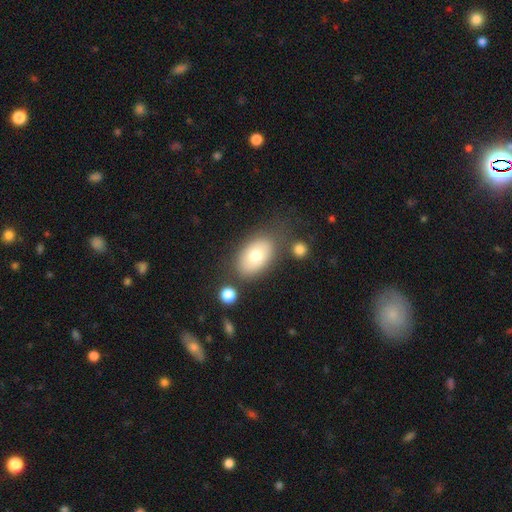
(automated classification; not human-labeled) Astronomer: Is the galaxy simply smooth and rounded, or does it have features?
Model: smooth — 73%.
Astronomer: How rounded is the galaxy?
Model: in between — 90%.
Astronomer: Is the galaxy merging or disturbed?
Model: none — 72%.